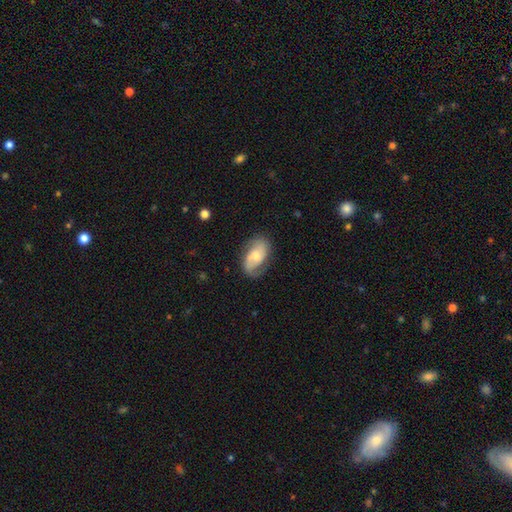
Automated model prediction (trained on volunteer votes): Overall: featured or disk (64%; smooth 30%). Edge-on disk: no (95%). Bar: no (60%; weak 33%). Spiral arms: yes (89%). Spiral arm count: 2 (70%). Spiral winding: medium (42%; loose 33%). Bulge size: moderate (51%; small 39%). Merging: none (66%).